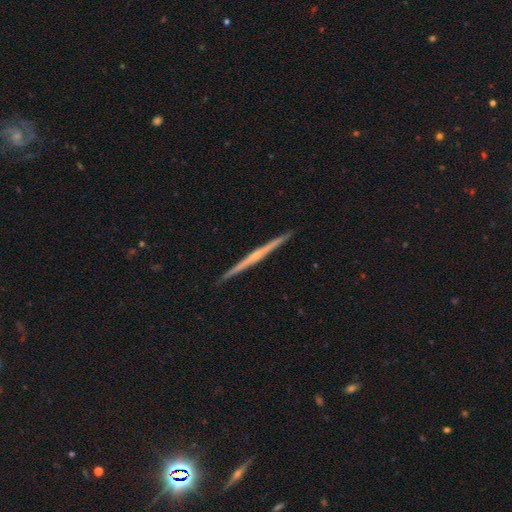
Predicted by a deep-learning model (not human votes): Smooth or featured: featured or disk — 79% (smooth — 16%)
Edge-on disk: yes — 99% (no — 1%)
Edge-on bulge: rounded — 53% (none — 40%)
Merging: none — 93% (minor disturbance — 5%)